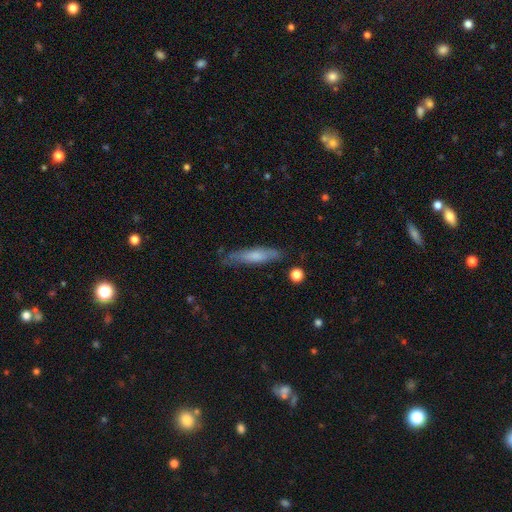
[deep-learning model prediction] Q: Smooth or featured?
A: smooth (63%); runner-up: featured or disk (30%)
Q: How rounded?
A: cigar-shaped (83%); runner-up: in between (15%)
Q: Merging?
A: none (71%); runner-up: minor disturbance (21%)